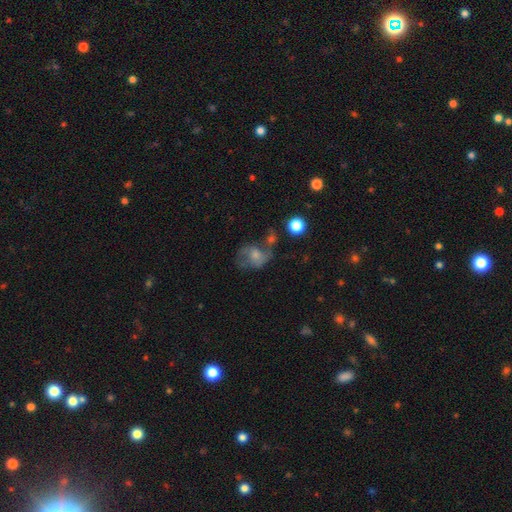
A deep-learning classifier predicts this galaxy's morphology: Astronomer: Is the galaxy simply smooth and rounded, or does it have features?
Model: featured or disk — 48% (runner-up: smooth, 41%).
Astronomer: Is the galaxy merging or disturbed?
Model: none — 34% (runner-up: major disturbance, 27%).